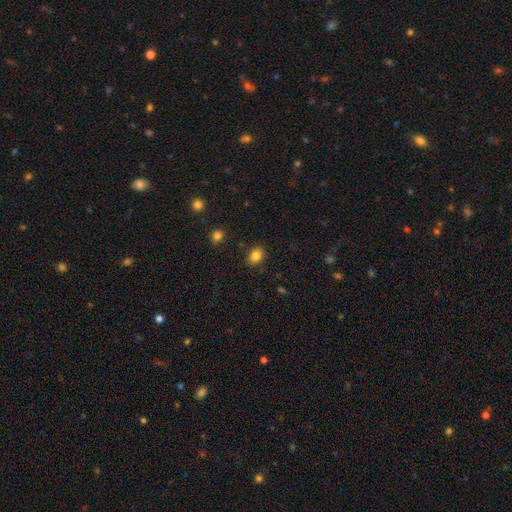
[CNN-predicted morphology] Smooth or featured?
  - smooth: 85% *
  - star or artifact: 10%
  - featured or disk: 5%
How rounded?
  - in between: 55% *
  - round: 44%
  - cigar-shaped: 1%
Merging?
  - none: 86% *
  - minor disturbance: 10%
  - major disturbance: 3%
  - merger: 2%